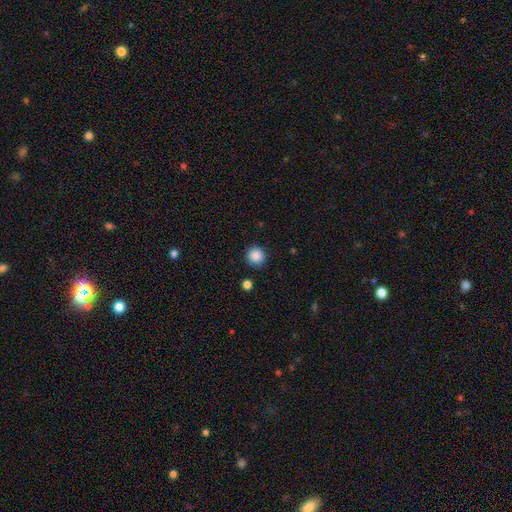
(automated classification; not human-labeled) The model was most divided on "smooth or featured": smooth: 87%, star or artifact: 9%, featured or disk: 3%. More confident: how rounded — round (94%); merging — none (90%).